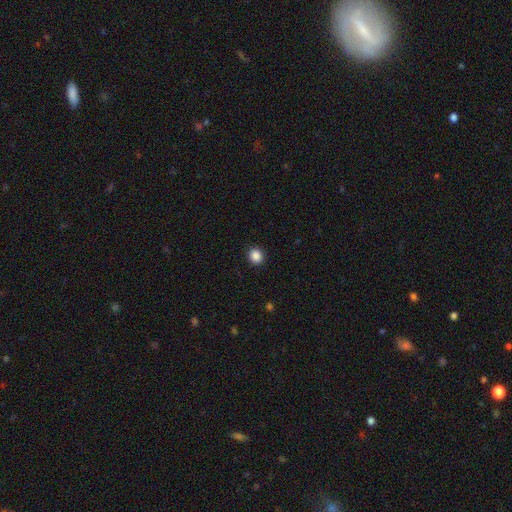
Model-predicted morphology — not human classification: The model was most divided on "how rounded": round: 86%, in between: 13%, cigar-shaped: 1%. More confident: merging — none (92%); smooth or featured — smooth (87%).